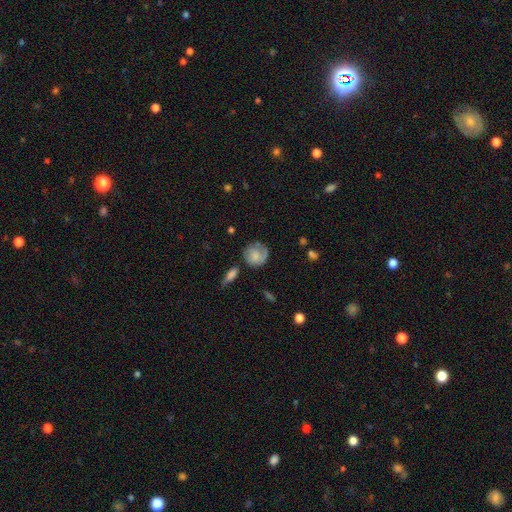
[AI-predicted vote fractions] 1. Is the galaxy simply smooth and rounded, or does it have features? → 58% smooth, 35% featured or disk, 7% star or artifact.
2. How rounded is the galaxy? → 83% round, 15% in between, 1% cigar-shaped.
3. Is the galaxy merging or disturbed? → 58% none, 25% minor disturbance, 12% major disturbance, 5% merger.